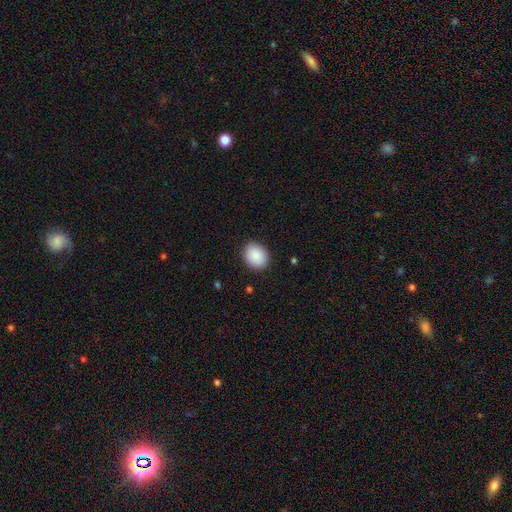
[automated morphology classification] smooth 89%, star or artifact 7%, featured or disk 4%. Down the decision tree: how rounded — round (51%); merging — none (89%).